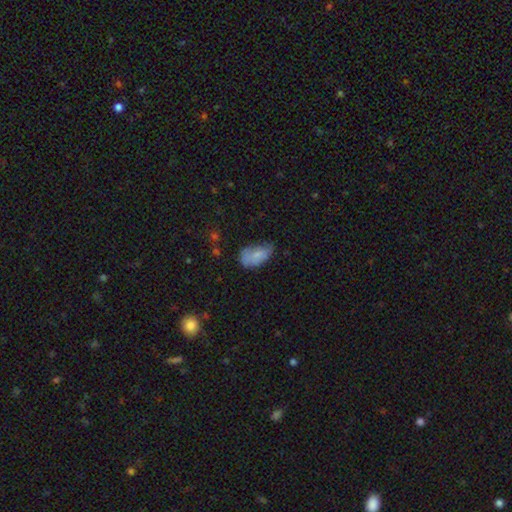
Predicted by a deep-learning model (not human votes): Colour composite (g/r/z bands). It shows a smooth galaxy with no disk features (74%) that is in between round and cigar-shaped (92%). Merging: none (41%).